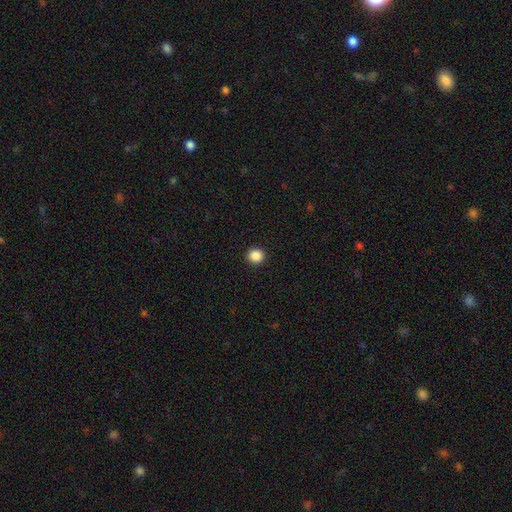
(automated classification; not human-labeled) Smooth or featured? smooth (87%)
How rounded? round (92%)
Merging? none (93%)